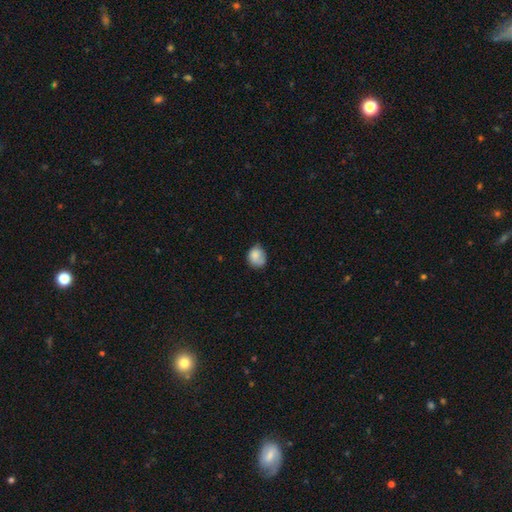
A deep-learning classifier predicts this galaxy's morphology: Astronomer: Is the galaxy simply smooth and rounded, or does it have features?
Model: smooth — 82%.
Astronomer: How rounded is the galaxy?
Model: round — 59% (runner-up: in between, 40%).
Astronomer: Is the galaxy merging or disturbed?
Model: none — 53% (runner-up: minor disturbance, 35%).